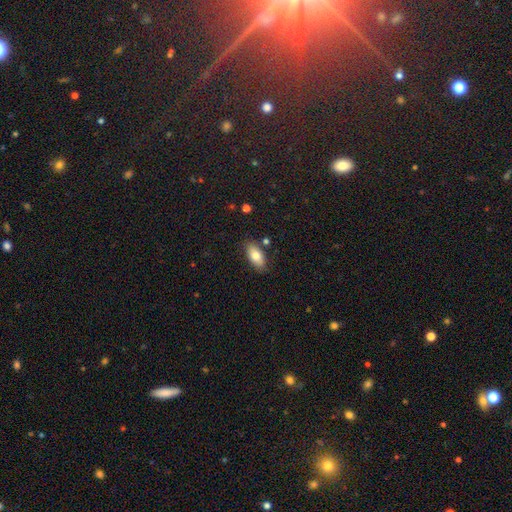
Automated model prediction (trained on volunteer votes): Smooth or featured?
  - smooth: 77% *
  - featured or disk: 16%
  - star or artifact: 7%
How rounded?
  - in between: 89% *
  - cigar-shaped: 8%
  - round: 3%
Merging?
  - none: 82% *
  - minor disturbance: 12%
  - merger: 3%
  - major disturbance: 3%